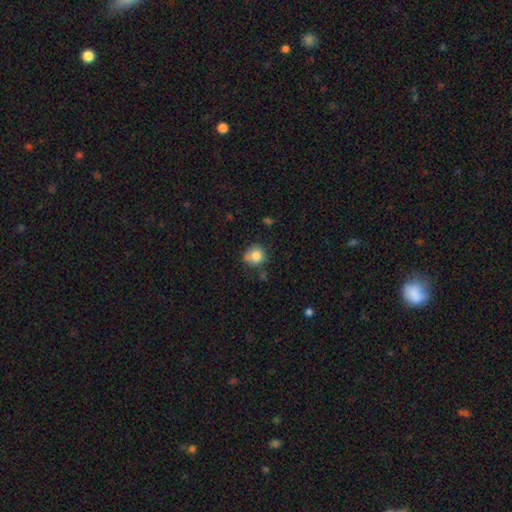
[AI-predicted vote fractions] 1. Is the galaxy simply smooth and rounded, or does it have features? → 82% smooth, 10% star or artifact, 8% featured or disk.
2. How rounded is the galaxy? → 84% round, 15% in between, 1% cigar-shaped.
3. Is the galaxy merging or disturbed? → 61% none, 25% minor disturbance, 7% merger, 6% major disturbance.